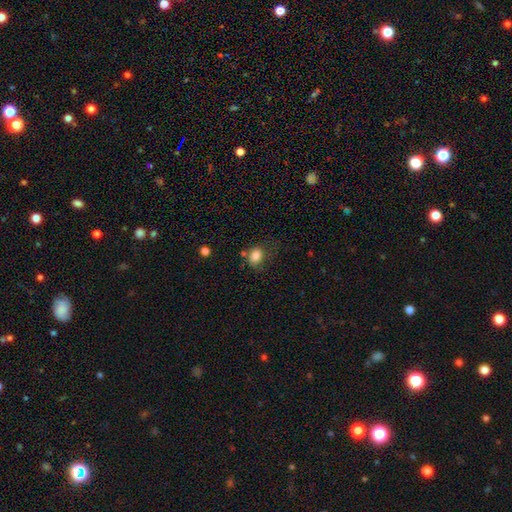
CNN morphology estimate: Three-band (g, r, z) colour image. It shows a smooth galaxy with no disk features (84%) that is in between round and cigar-shaped (60%). Merging: none (56%).